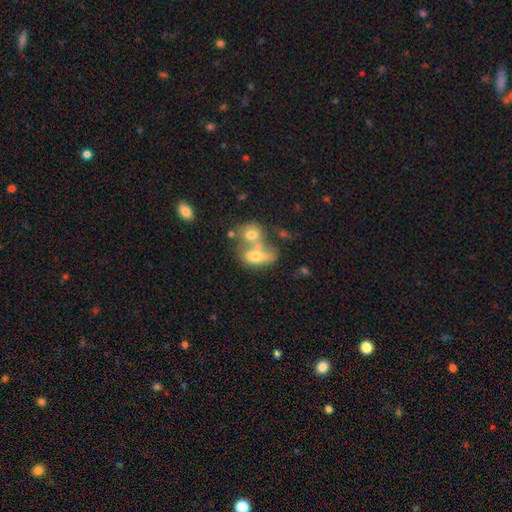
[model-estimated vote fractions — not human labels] Smooth or featured? Predicted: smooth (p=0.61). How rounded? Predicted: in between (p=0.76). Merging? Predicted: merger (p=0.69).